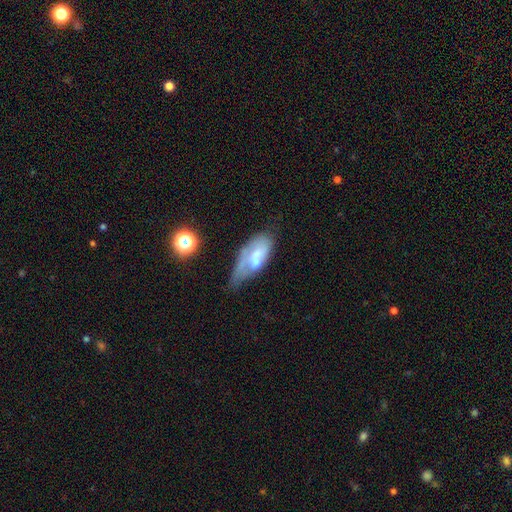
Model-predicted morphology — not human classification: This is possibly a featured or disk galaxy (46%). Merging: marginally minor disturbance (30%).